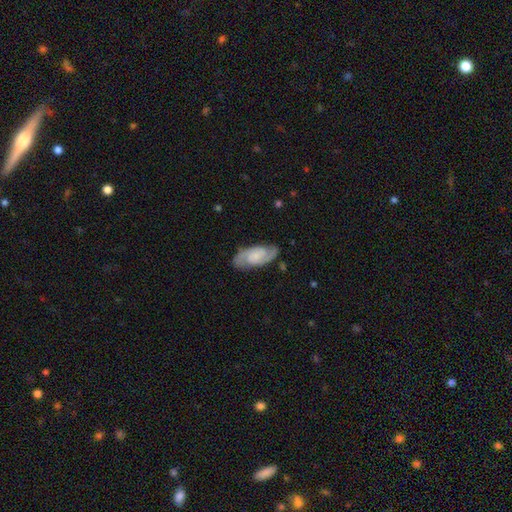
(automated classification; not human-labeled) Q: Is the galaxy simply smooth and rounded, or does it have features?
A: featured or disk — 82%.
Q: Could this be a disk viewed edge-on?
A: no — 95%.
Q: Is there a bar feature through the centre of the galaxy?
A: no — 52%.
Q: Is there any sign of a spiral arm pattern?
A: yes — 97%.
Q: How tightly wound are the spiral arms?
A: medium — 50%.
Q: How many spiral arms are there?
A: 2 — 91%.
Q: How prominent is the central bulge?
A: small — 38%.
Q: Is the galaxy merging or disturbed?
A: none — 83%.